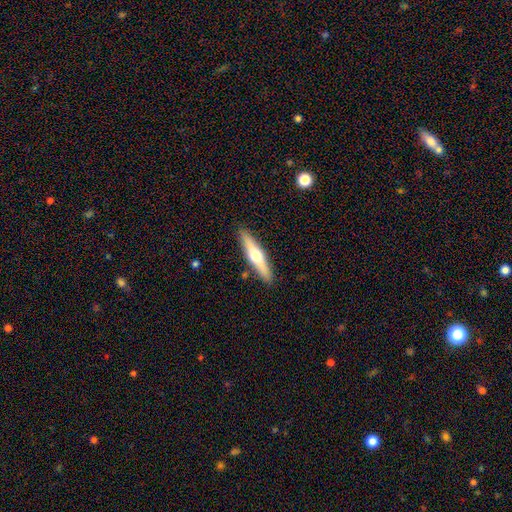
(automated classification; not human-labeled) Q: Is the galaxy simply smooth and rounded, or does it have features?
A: featured or disk — 55%.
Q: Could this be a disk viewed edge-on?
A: yes — 94%.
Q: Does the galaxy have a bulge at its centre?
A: rounded — 93%.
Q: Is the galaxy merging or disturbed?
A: none — 89%.